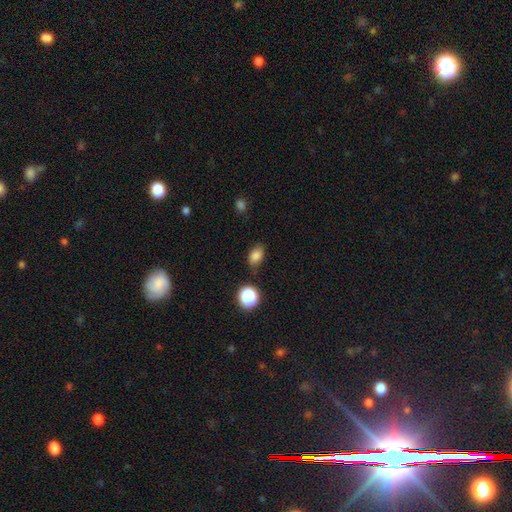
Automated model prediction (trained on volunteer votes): Q: Smooth or featured?
A: smooth (82%); runner-up: star or artifact (12%)
Q: How rounded?
A: in between (81%); runner-up: round (17%)
Q: Merging?
A: none (78%); runner-up: minor disturbance (15%)